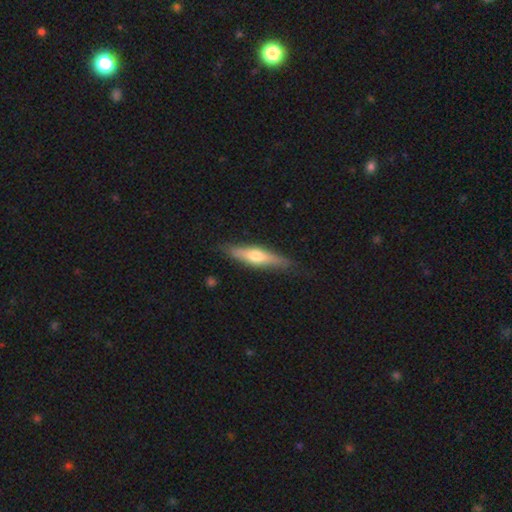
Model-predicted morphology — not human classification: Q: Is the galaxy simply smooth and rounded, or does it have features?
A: smooth — 48%.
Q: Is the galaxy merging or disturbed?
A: none — 82%.